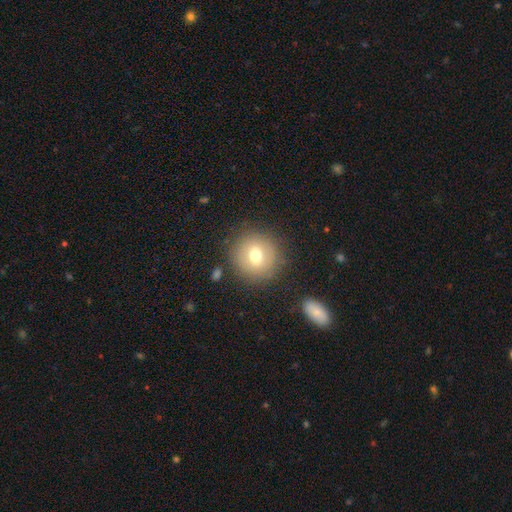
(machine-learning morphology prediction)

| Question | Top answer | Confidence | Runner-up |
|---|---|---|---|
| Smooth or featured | smooth | 69% | featured or disk (20%) |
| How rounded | round | 92% | in between (7%) |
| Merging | none | 85% | minor disturbance (9%) |